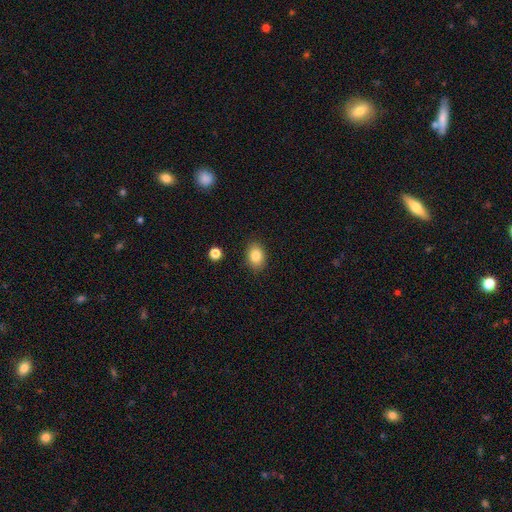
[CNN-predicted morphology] This is clearly a smooth galaxy (84%). How rounded: likely in between (70%). Merging: clearly none (87%).